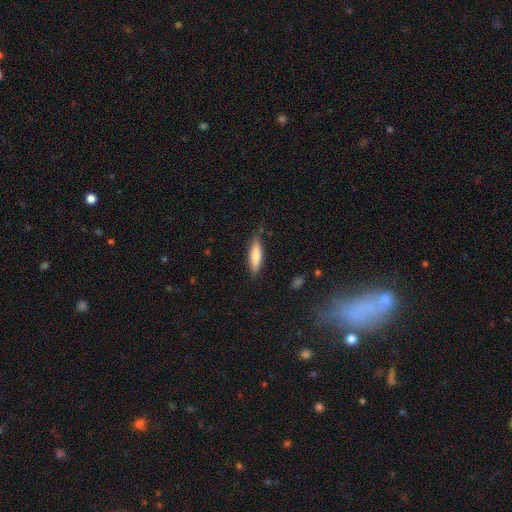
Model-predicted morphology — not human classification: Q: Smooth or featured?
A: smooth (75%); runner-up: featured or disk (19%)
Q: How rounded?
A: cigar-shaped (61%); runner-up: in between (37%)
Q: Merging?
A: none (77%); runner-up: minor disturbance (17%)